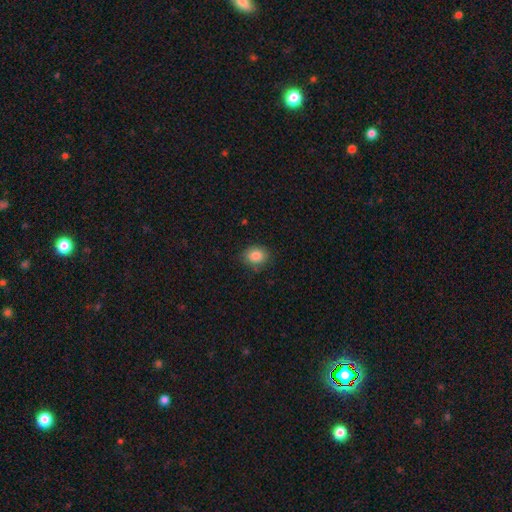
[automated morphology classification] smooth-or-featured: smooth: 86% | star or artifact: 9% | featured or disk: 5%
  how-rounded: round: 62% | in between: 37% | cigar-shaped: 1%
  merging: none: 79% | minor disturbance: 16% | major disturbance: 3% | merger: 1%